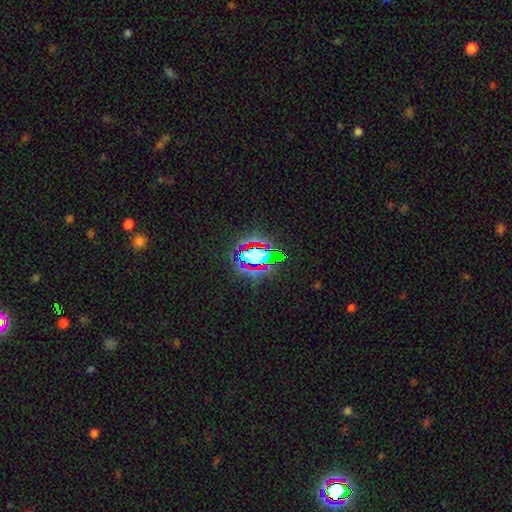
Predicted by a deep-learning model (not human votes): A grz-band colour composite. It shows a star or artifact, not a galaxy (62%).